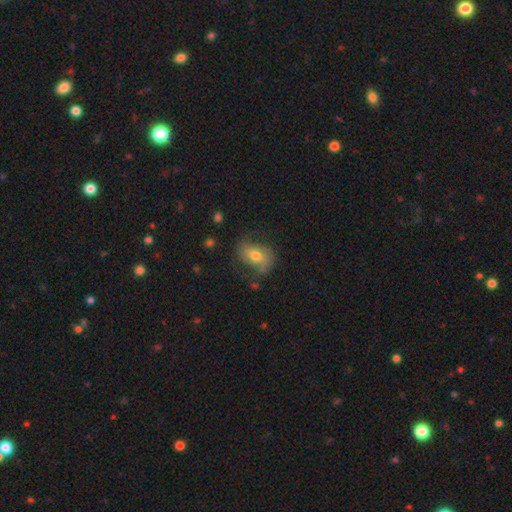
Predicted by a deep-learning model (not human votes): The model was most divided on "smooth or featured": smooth: 50%, featured or disk: 41%, star or artifact: 8%. More confident: how rounded — in between (78%); merging — none (60%).